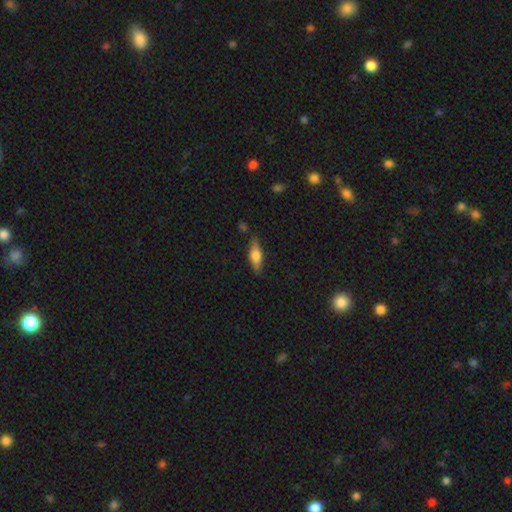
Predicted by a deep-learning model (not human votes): A smooth galaxy with no disk features (50%) that is cigar-shaped (50%). Merging: none (83%).